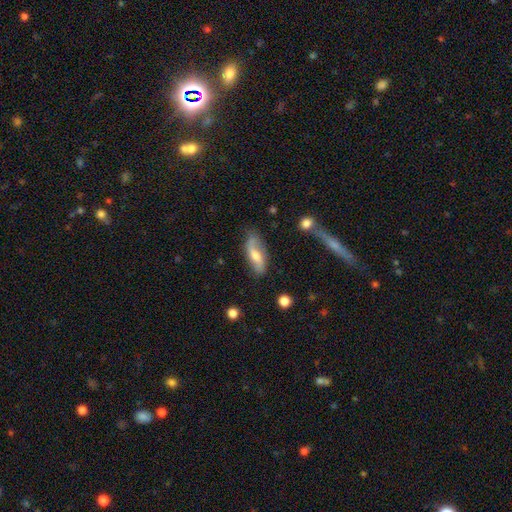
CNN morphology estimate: featured or disk 51%, smooth 42%, star or artifact 7%. Down the decision tree: edge-on disk — no (80%); merging — none (70%).